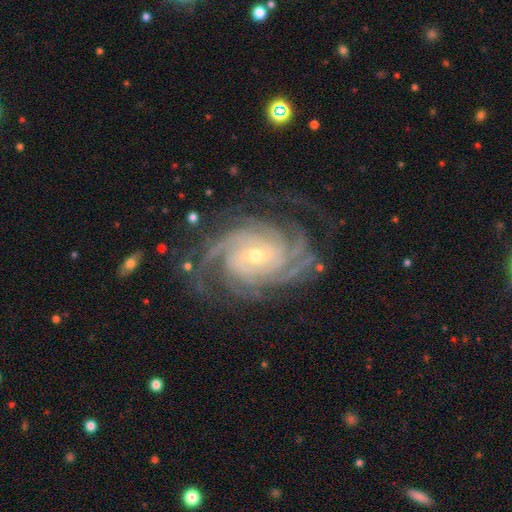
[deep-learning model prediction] A featured or disk galaxy (93%) with no bar (41%), 4 (34%) tight (73%) spiral arms (99%) and a small central bulge (61%). Merging: none (74%).